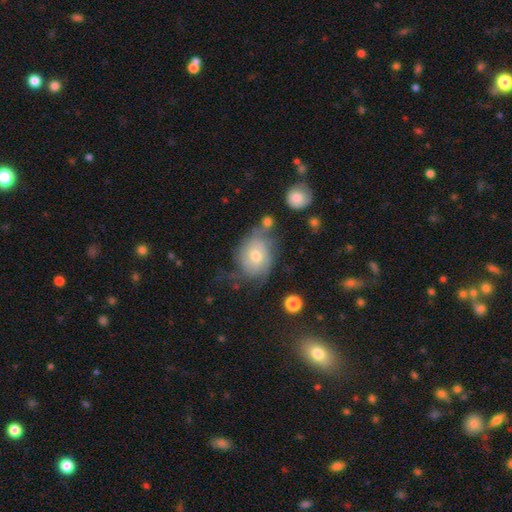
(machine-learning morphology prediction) Overall: featured or disk (53%; smooth 38%). Edge-on disk: no (96%). Bar: no (75%). Spiral arms: yes (76%). Bulge size: moderate (68%). Merging: none (46%; minor disturbance 28%).